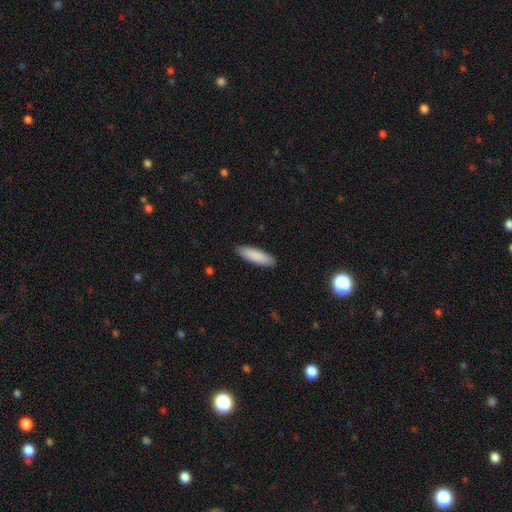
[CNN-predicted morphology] A smooth galaxy with no disk features (88%) that is cigar-shaped (55%). Merging: none (90%).